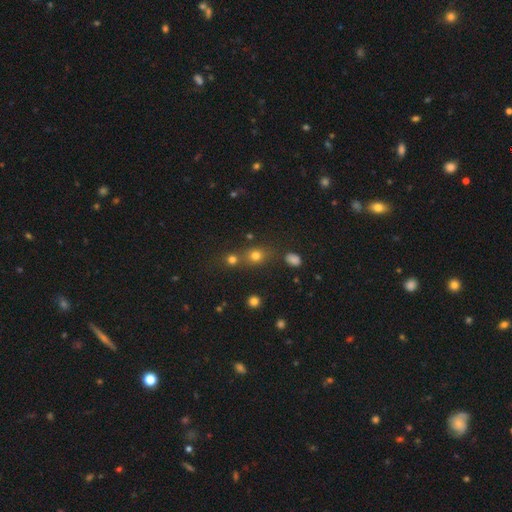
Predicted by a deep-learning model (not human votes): smooth 69%, star or artifact 21%, featured or disk 10%. Down the decision tree: how rounded — round (73%); merging — none (58%).